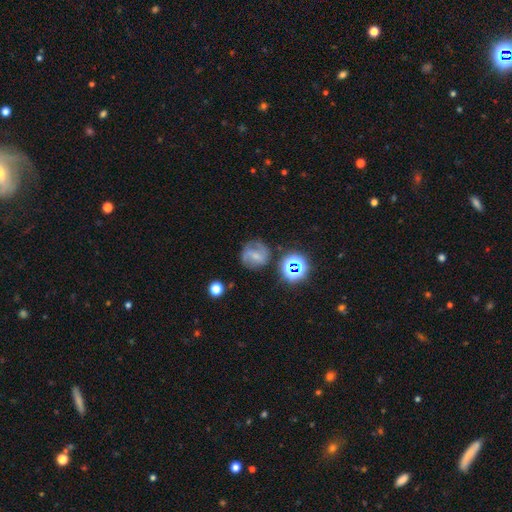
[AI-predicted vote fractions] This is possibly a featured or disk galaxy (55%). It is clearly not viewed edge-on (97%). Bar: marginally weak (45%). Spiral arm pattern: clearly yes (84%). Central bulge: possibly small (49%). Merging: likely none (69%).